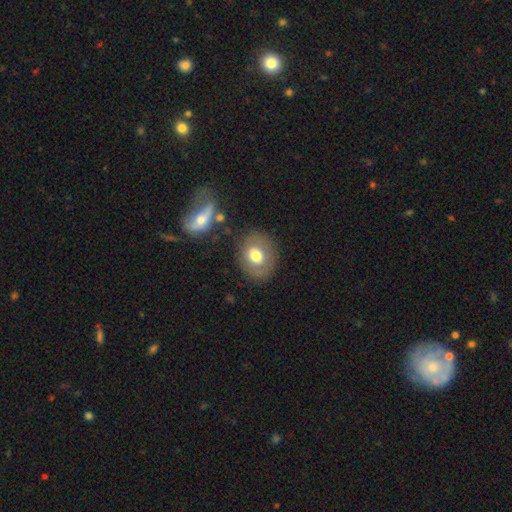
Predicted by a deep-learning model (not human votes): smooth-or-featured: smooth: 68% | featured or disk: 24% | star or artifact: 8%
  how-rounded: round: 50% | in between: 48% | cigar-shaped: 1%
  merging: none: 79% | minor disturbance: 12% | major disturbance: 5% | merger: 4%